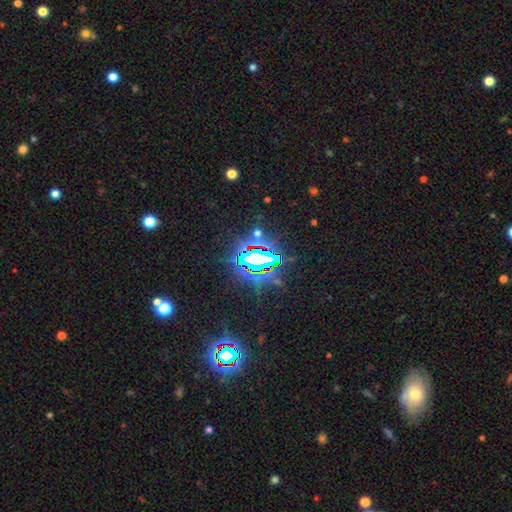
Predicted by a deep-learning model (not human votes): Smooth or featured? Predicted: star or artifact (p=0.79).